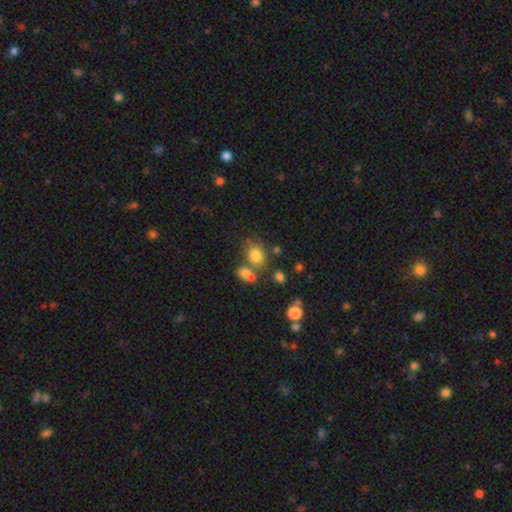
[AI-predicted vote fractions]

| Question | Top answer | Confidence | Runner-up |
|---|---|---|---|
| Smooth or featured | smooth | 76% | star or artifact (13%) |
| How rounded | round | 59% | in between (40%) |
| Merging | none | 56% | merger (25%) |